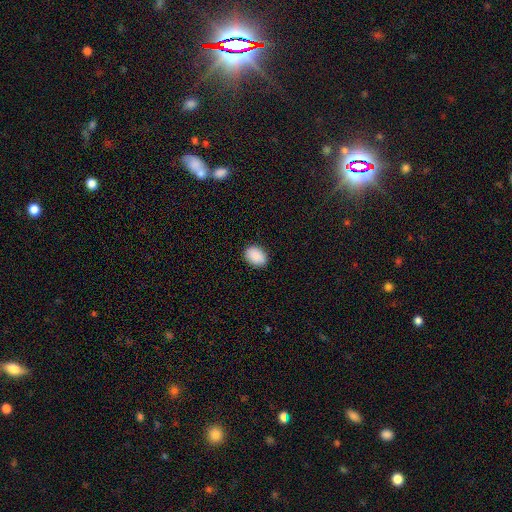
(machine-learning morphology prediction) smooth 90%, star or artifact 7%, featured or disk 3%. Down the decision tree: how rounded — in between (79%); merging — none (88%).